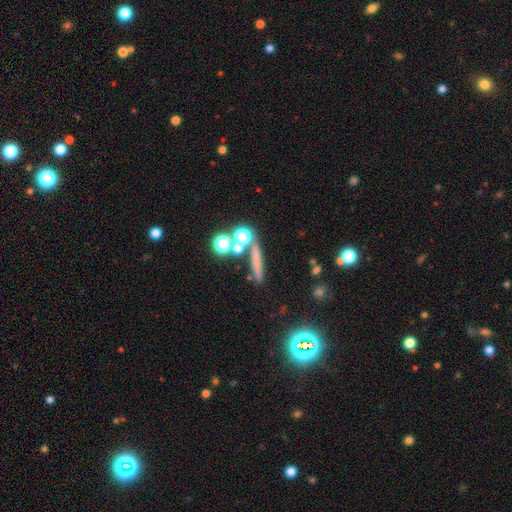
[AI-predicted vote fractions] Smooth or featured?
  - smooth: 53% *
  - featured or disk: 24%
  - star or artifact: 23%
How rounded?
  - cigar-shaped: 69% *
  - round: 20%
  - in between: 11%
Merging?
  - none: 71% *
  - merger: 12%
  - minor disturbance: 11%
  - major disturbance: 5%